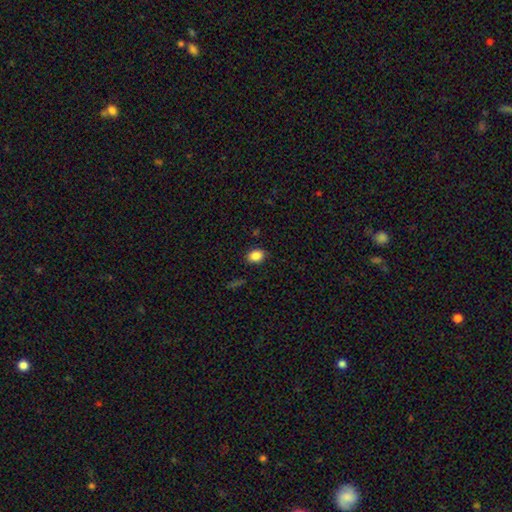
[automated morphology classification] type=smooth (86%); roundness=in between (61%); merging=none (87%).